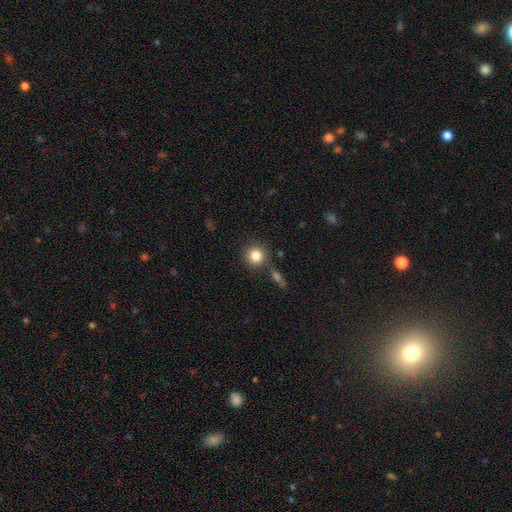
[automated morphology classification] smooth_or_featured: smooth (p=0.84) [alt: star or artifact p=0.10]
how_rounded: round (p=0.93) [alt: in between p=0.06]
merging: none (p=0.82) [alt: minor disturbance p=0.08]